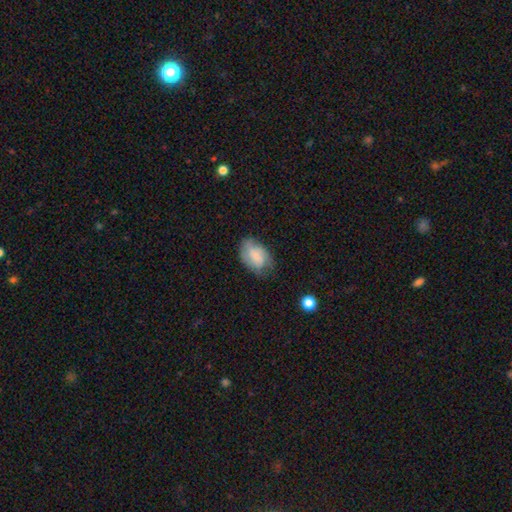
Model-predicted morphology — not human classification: A smooth galaxy with no disk features (69%) that is in between round and cigar-shaped (88%). Merging: none (55%).